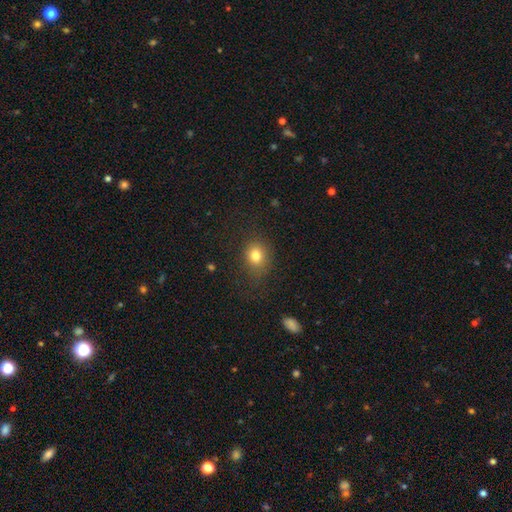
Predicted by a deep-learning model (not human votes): Overall: smooth (79%). How rounded: round (63%; in between 36%). Merging: none (76%).